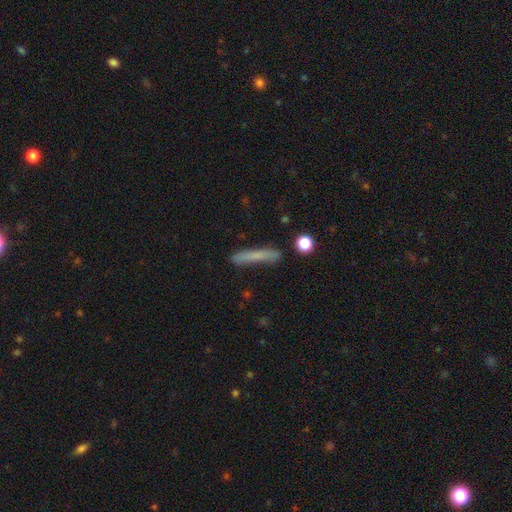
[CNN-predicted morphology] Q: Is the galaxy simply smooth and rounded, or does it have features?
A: smooth — 73%.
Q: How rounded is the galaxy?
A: cigar-shaped — 93%.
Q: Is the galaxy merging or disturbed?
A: none — 80%.